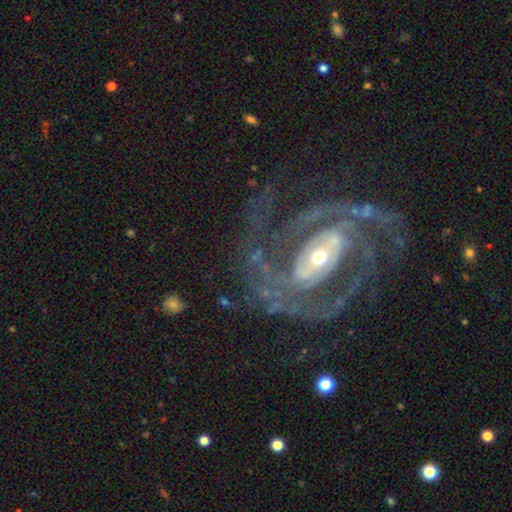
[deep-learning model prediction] Smooth or featured: featured or disk — 85% (smooth — 8%)
Edge-on disk: no — 95% (yes — 5%)
Bar: no — 40% (weak — 31%)
Spiral arms: yes — 88% (no — 12%)
Spiral winding: tight — 50% (medium — 36%)
Spiral arm count: 2 — 46% (can't tell — 22%)
Bulge size: moderate — 51% (small — 41%)
Merging: none — 63% (major disturbance — 18%)